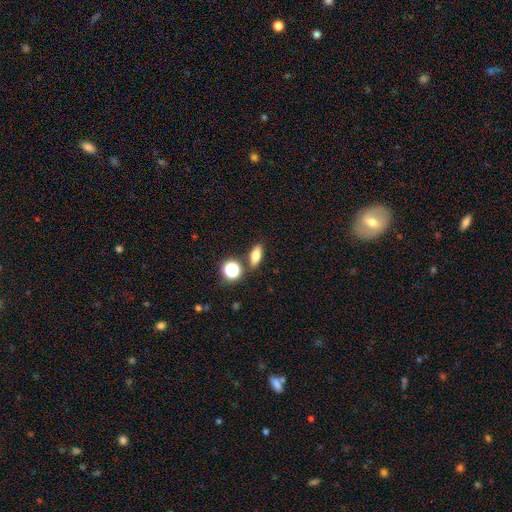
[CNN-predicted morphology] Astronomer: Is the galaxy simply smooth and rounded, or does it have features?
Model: smooth — 73%.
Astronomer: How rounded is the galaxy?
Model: in between — 66%.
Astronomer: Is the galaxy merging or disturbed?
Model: none — 81%.